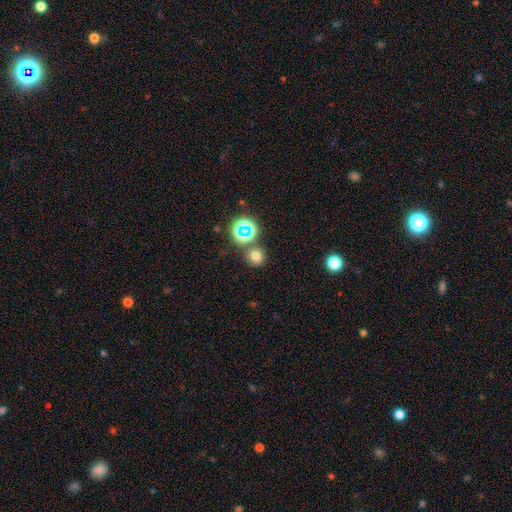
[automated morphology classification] type=smooth (68%); roundness=round (87%); merging=none (77%).